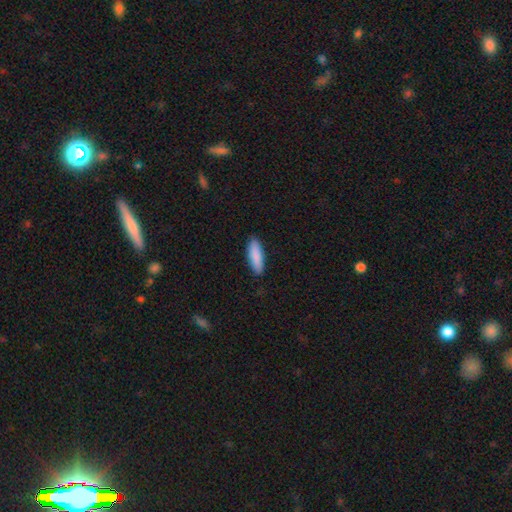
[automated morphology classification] A smooth galaxy with no disk features (88%) that is cigar-shaped (51%).

Vote fractions:
- Smooth or featured? smooth: 88% / featured or disk: 6% / star or artifact: 6%
- How rounded? cigar-shaped: 51% / in between: 47% / round: 1%
- Merging? none: 89% / minor disturbance: 9% / major disturbance: 2% / merger: 1%